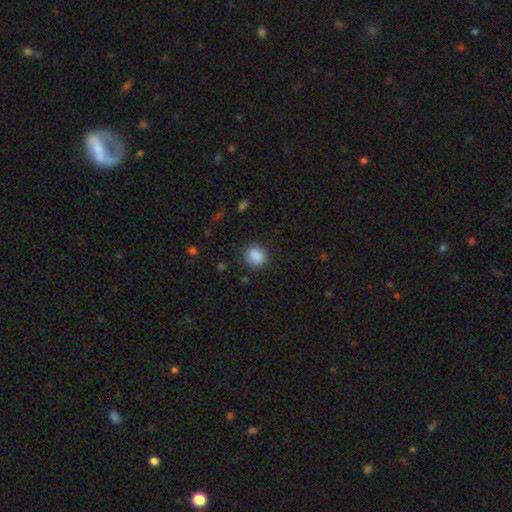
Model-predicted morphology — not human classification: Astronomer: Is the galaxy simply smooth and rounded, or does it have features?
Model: smooth — 88%.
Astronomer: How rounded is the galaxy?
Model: round — 67%.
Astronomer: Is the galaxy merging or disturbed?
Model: none — 85%.